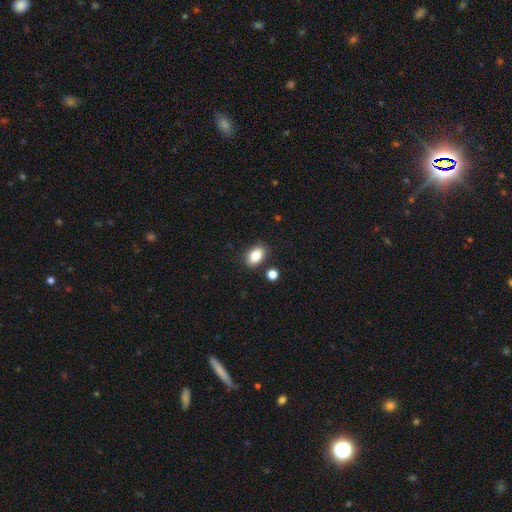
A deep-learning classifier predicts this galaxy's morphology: Smooth or featured? Predicted: smooth (p=0.84). How rounded? Predicted: in between (p=0.87). Merging? Predicted: none (p=0.84).